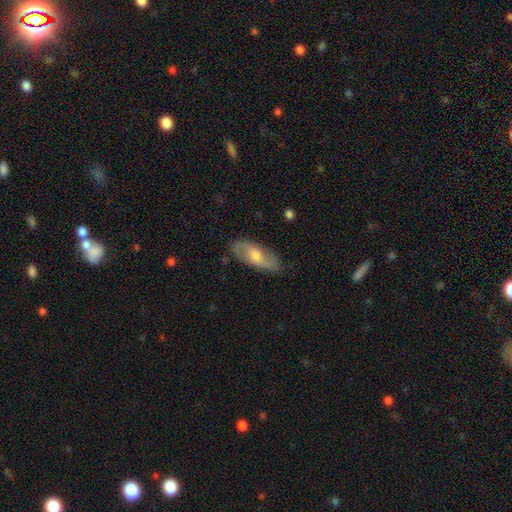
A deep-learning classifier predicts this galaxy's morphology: smooth-or-featured: smooth: 49% | featured or disk: 45% | star or artifact: 6%
  merging: none: 81% | minor disturbance: 14% | major disturbance: 3% | merger: 1%